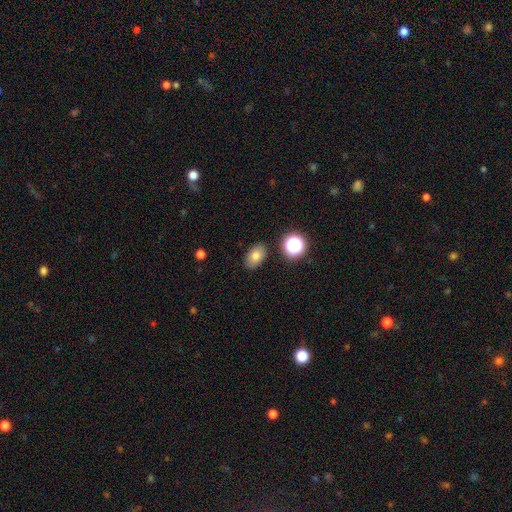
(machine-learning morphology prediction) Smooth or featured? smooth (77%)
How rounded? in between (85%)
Merging? none (86%)